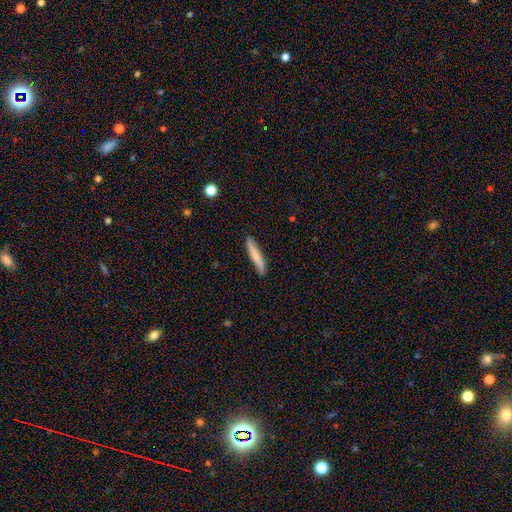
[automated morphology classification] Smooth or featured? Predicted: smooth (p=0.67). How rounded? Predicted: cigar-shaped (p=0.92). Merging? Predicted: none (p=0.82).